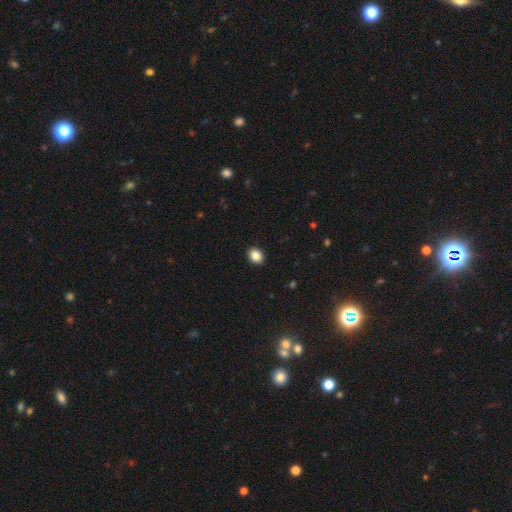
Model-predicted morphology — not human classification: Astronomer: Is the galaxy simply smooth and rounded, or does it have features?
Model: smooth — 87%.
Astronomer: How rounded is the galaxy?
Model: in between — 50% (runner-up: round, 49%).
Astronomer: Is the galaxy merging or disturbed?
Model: none — 92%.